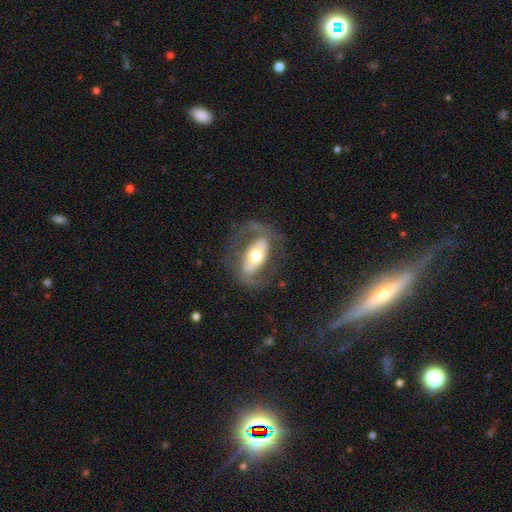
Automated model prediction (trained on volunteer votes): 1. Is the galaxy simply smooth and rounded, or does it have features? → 73% featured or disk, 22% smooth, 5% star or artifact.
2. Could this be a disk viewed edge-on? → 91% no, 9% yes.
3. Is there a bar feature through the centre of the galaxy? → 38% strong (tied), 38% no (tied), 24% weak.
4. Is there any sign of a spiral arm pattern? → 63% yes, 37% no.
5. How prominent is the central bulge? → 67% moderate, 19% large, 11% small, 2% dominant, 1% none.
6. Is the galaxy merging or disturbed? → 69% none, 15% major disturbance, 14% minor disturbance, 1% merger.